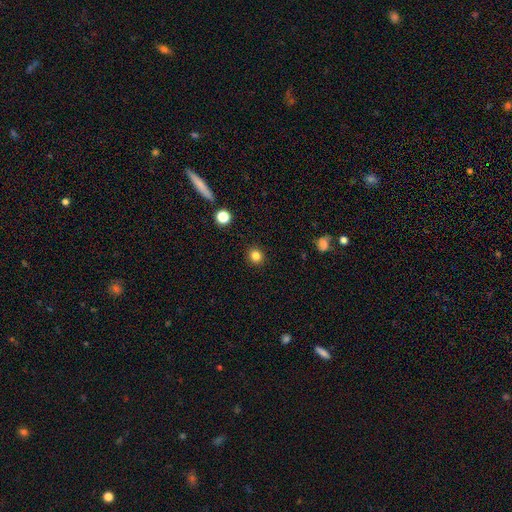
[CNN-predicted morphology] Smooth or featured? Predicted: smooth (p=0.83). How rounded? Predicted: round (p=0.87). Merging? Predicted: none (p=0.92).